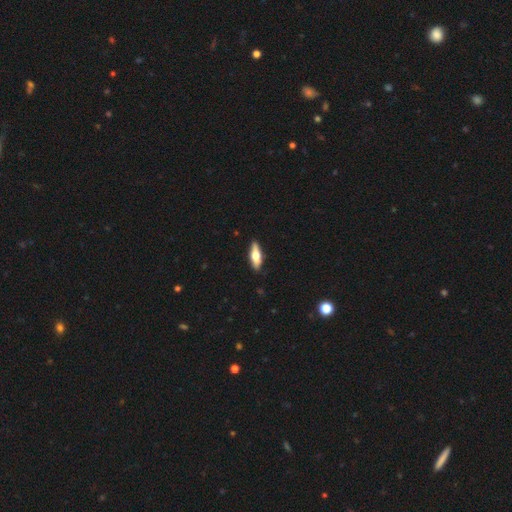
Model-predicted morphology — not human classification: Smooth or featured? smooth (51%)
How rounded? in between (54%)
Merging? none (88%)